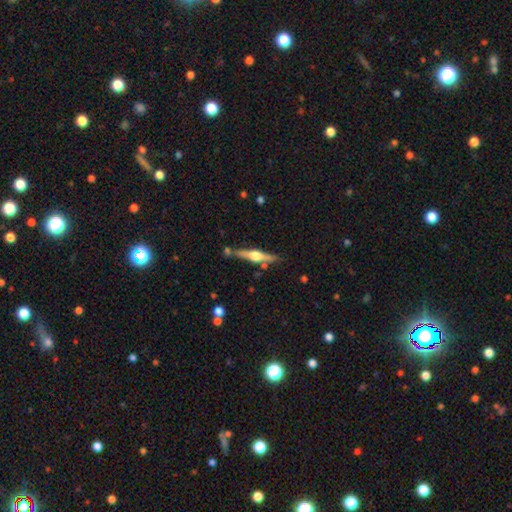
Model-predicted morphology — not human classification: featured or disk 74%, smooth 20%, star or artifact 5%. Down the decision tree: edge-on disk — yes (97%); edge-on bulge — rounded (93%); merging — none (79%).